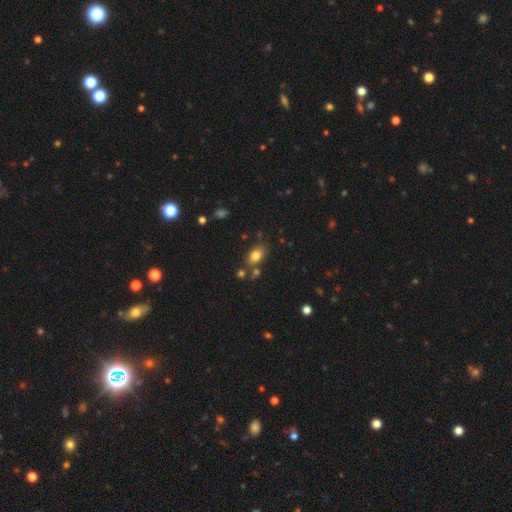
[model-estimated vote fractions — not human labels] Smooth or featured? smooth (80%)
How rounded? in between (83%)
Merging? none (71%)